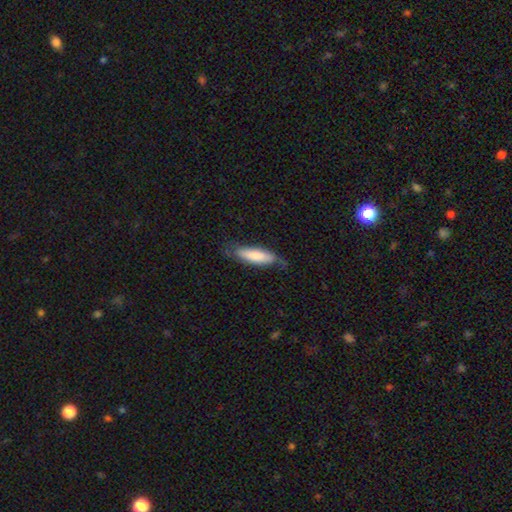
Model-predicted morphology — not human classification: type=smooth (72%); roundness=cigar-shaped (53%); merging=none (67%).